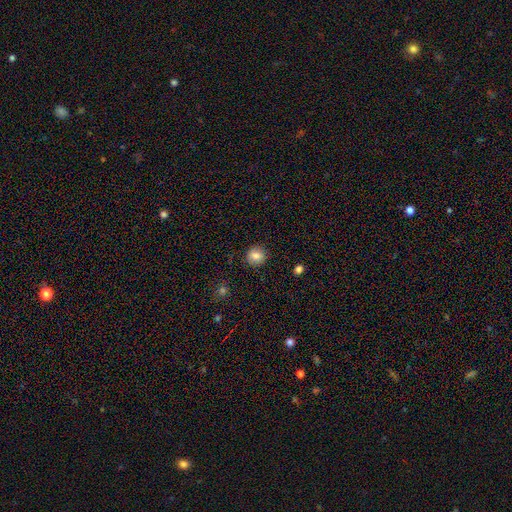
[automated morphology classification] The model was most divided on "smooth or featured": smooth: 83%, star or artifact: 9%, featured or disk: 8%. More confident: merging — none (90%); how rounded — round (89%).